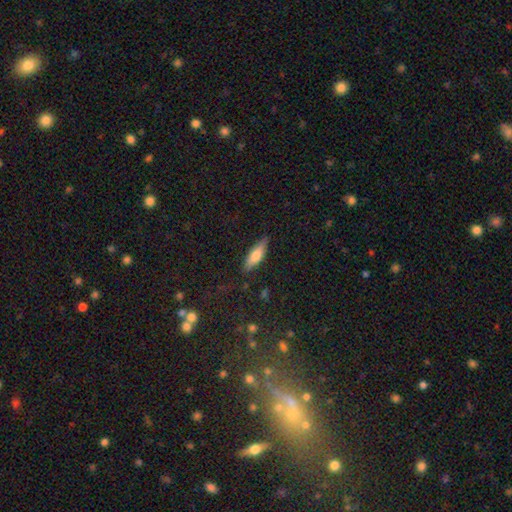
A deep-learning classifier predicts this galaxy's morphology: type=smooth (66%); roundness=cigar-shaped (53%); merging=none (83%).